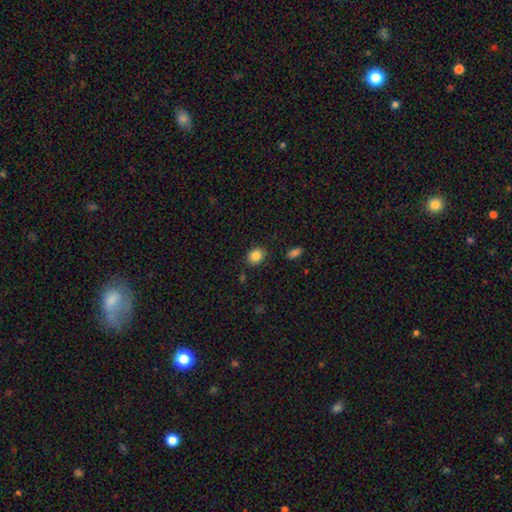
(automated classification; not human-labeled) The model was most divided on "how rounded": round: 60%, in between: 39%, cigar-shaped: 1%. More confident: merging — none (86%); smooth or featured — smooth (86%).